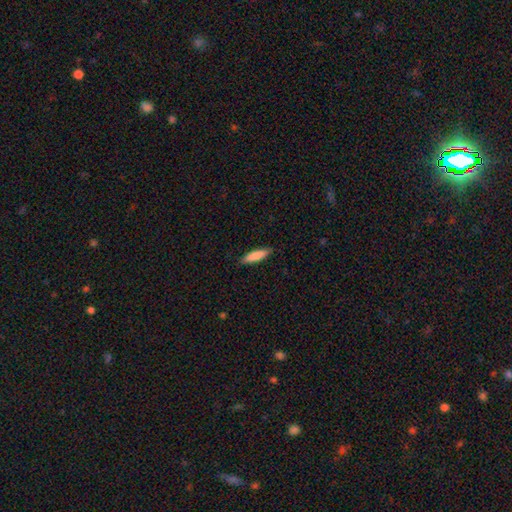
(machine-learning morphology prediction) A smooth galaxy with no disk features (84%) that is cigar-shaped (74%).

Vote fractions:
- Smooth or featured? smooth: 84% / featured or disk: 10% / star or artifact: 5%
- How rounded? cigar-shaped: 74% / in between: 24% / round: 1%
- Merging? none: 88% / minor disturbance: 9% / major disturbance: 2% / merger: 1%